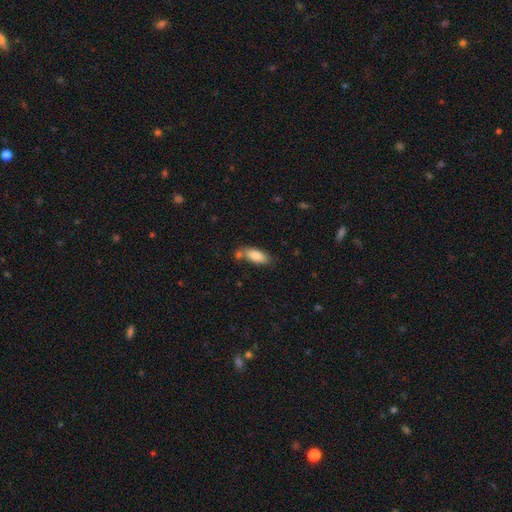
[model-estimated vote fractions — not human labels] smooth_or_featured: smooth (p=0.82) [alt: featured or disk p=0.11]
how_rounded: in between (p=0.79) [alt: cigar-shaped p=0.19]
merging: none (p=0.61) [alt: merger p=0.18]